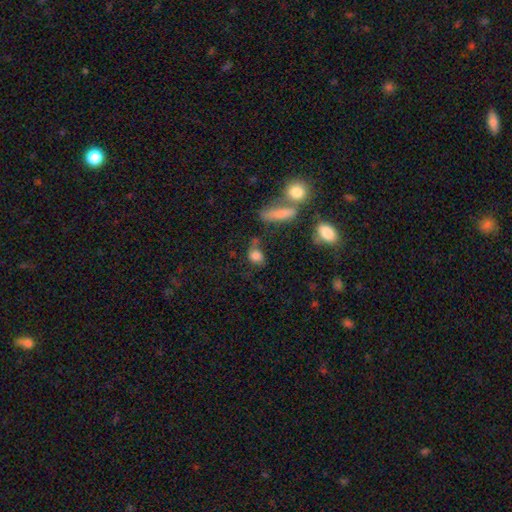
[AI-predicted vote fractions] This appears to be a smooth galaxy with no disk features (75%) that is in between round and cigar-shaped (59%). Merging: none (47%).